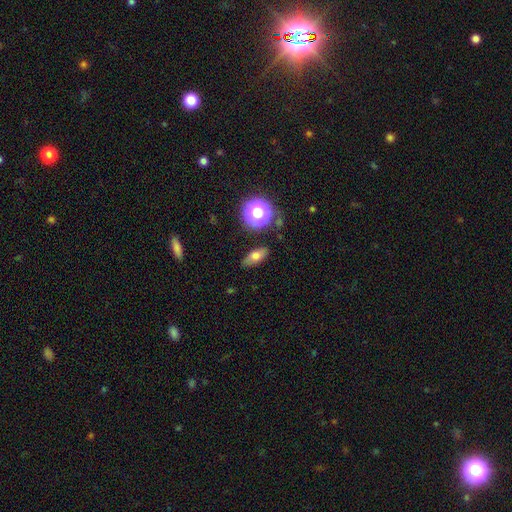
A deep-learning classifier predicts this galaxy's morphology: A smooth galaxy with no disk features (69%) that is in between round and cigar-shaped (73%).

Vote fractions:
- Smooth or featured? smooth: 69% / featured or disk: 19% / star or artifact: 13%
- How rounded? in between: 73% / cigar-shaped: 15% / round: 12%
- Merging? none: 82% / minor disturbance: 13% / major disturbance: 3% / merger: 2%